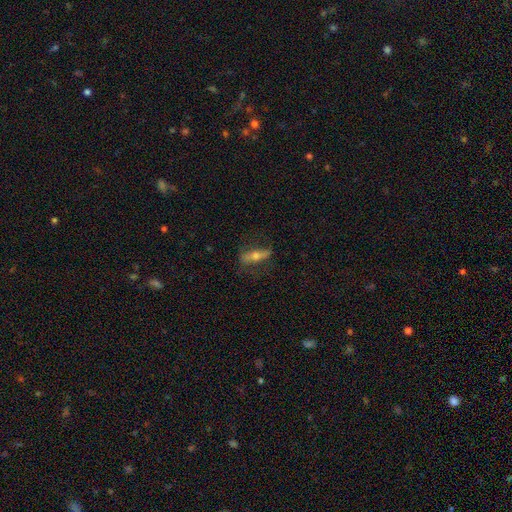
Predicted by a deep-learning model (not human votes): The model was most divided on "smooth or featured": featured or disk: 55%, smooth: 35%, star or artifact: 10%. More confident: merging — none (73%); edge-on disk — yes (62%).